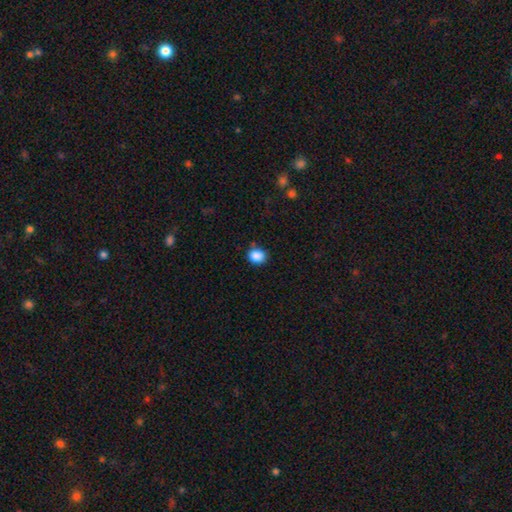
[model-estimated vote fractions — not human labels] This appears to be a smooth galaxy with no disk features (87%) that is round (65%). Merging: none (80%).